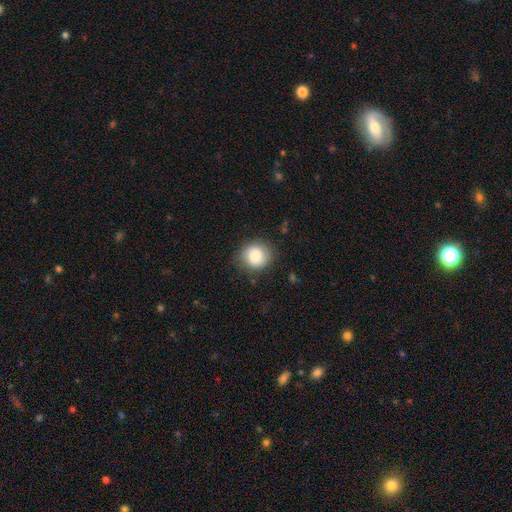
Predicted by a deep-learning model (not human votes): Morphology: type=smooth (82%); roundness=round (84%); merging=none (81%).